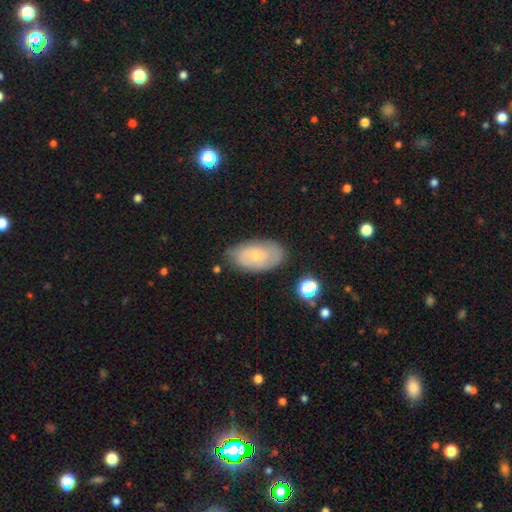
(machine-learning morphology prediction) smooth_or_featured: featured or disk (p=0.47) [alt: smooth p=0.46]
merging: none (p=0.72) [alt: minor disturbance p=0.21]